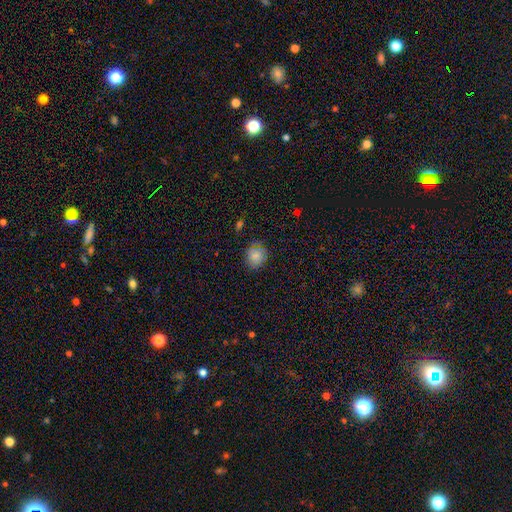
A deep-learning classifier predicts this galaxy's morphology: This is clearly a smooth galaxy (83%). How rounded: likely round (71%). Merging: likely none (79%).